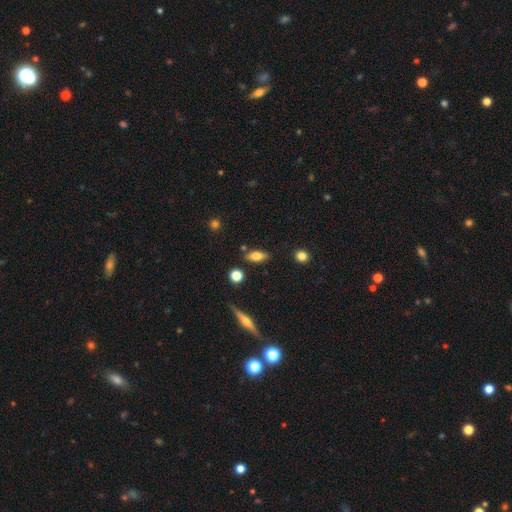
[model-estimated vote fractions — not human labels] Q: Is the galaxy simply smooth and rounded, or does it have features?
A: smooth — 64%.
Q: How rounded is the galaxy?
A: in between — 74%.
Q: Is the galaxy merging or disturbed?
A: none — 79%.